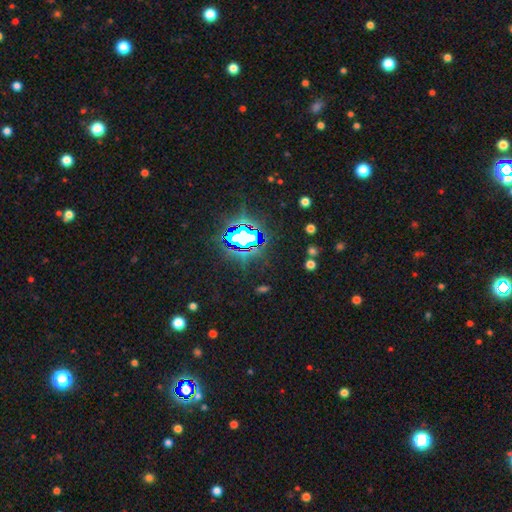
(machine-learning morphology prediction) Q: Smooth or featured?
A: star or artifact (83%); runner-up: smooth (10%)